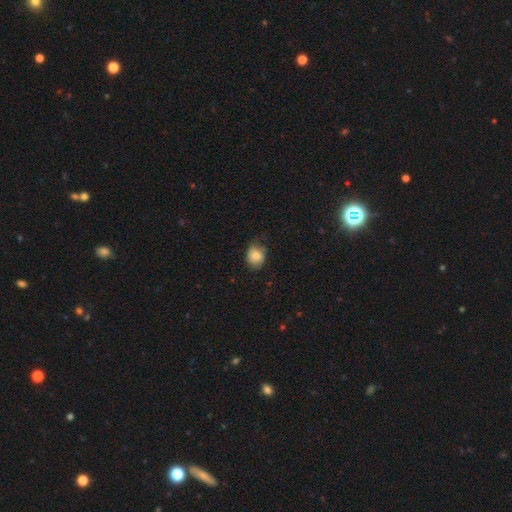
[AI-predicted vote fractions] Smooth or featured? smooth (81%)
How rounded? round (52%)
Merging? none (64%)